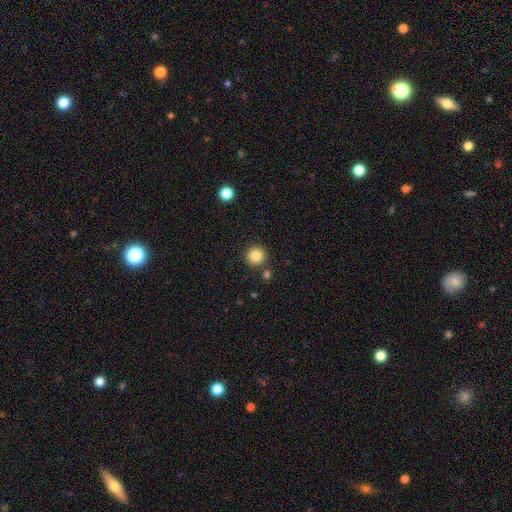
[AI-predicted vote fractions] Overall: smooth (83%). How rounded: round (95%). Merging: none (87%).